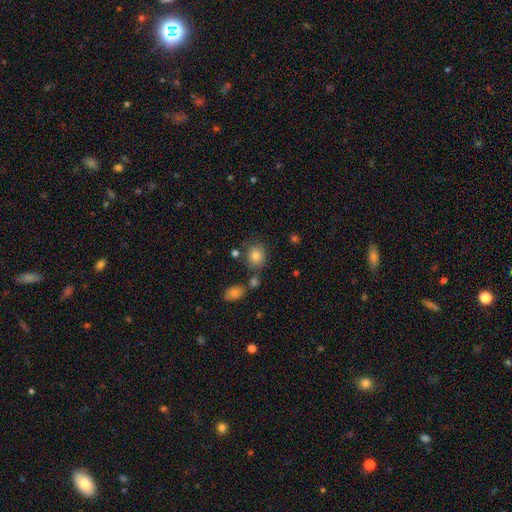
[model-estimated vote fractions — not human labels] Smooth or featured: smooth — 82% (star or artifact — 10%)
How rounded: round — 72% (in between — 27%)
Merging: none — 70% (minor disturbance — 13%)